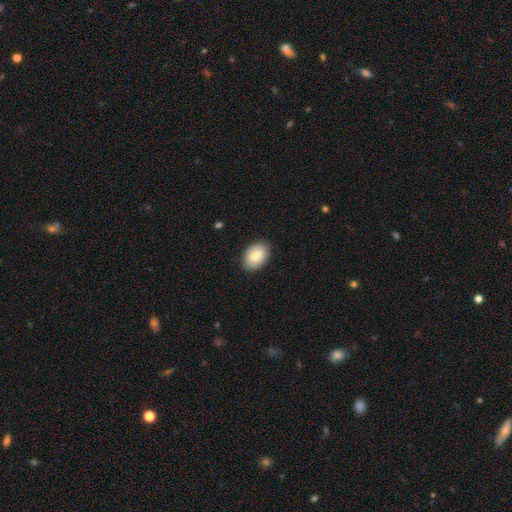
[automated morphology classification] A smooth galaxy with no disk features (80%) that is in between round and cigar-shaped (83%). Merging: none (88%).